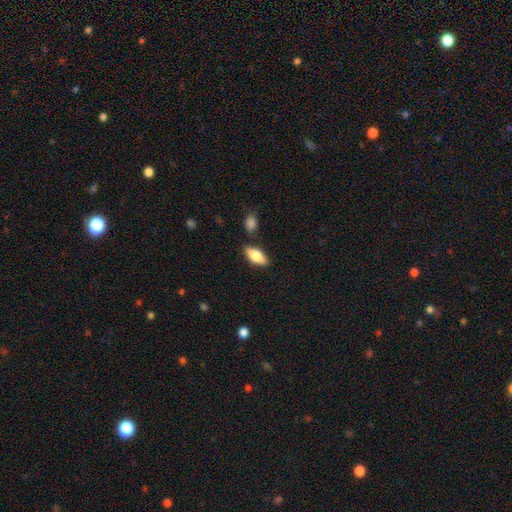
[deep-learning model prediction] The model was most divided on "smooth or featured": smooth: 75%, featured or disk: 19%, star or artifact: 6%. More confident: how rounded — in between (85%); merging — none (82%).